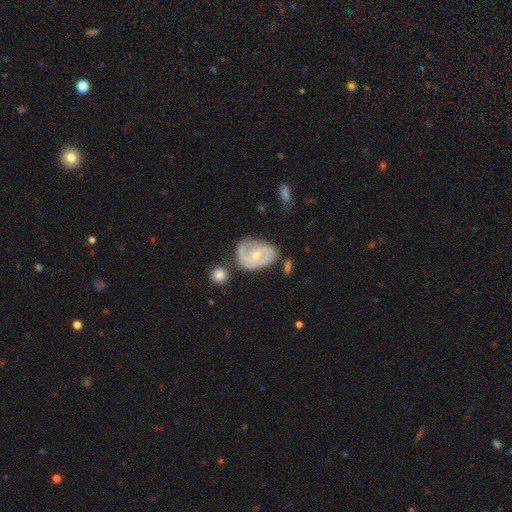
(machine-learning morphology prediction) A featured or disk galaxy (72%) with no bar (61%), 2 (53%) tight (40%) spiral arms (85%) and a small central bulge (58%). Merging: none (48%).